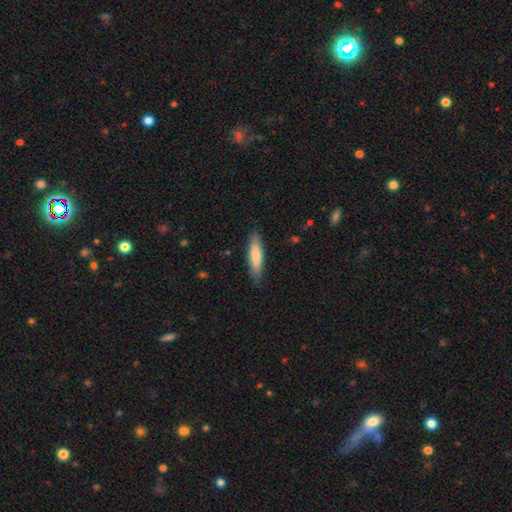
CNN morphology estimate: Smooth or featured?
  - smooth: 78% *
  - featured or disk: 16%
  - star or artifact: 5%
How rounded?
  - cigar-shaped: 73% *
  - in between: 25%
  - round: 1%
Merging?
  - none: 86% *
  - minor disturbance: 11%
  - major disturbance: 2%
  - merger: 1%